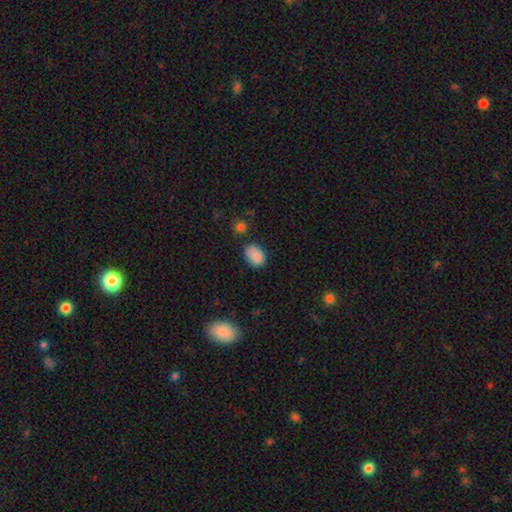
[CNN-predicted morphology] type=smooth (86%); roundness=in between (81%); merging=none (68%).